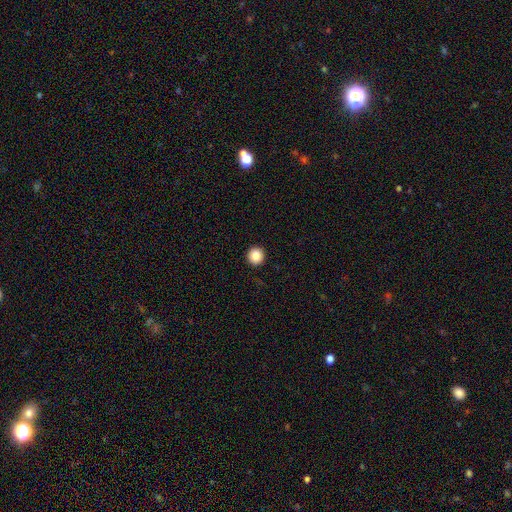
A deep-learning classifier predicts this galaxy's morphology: Smooth or featured? smooth (86%)
How rounded? round (95%)
Merging? none (94%)